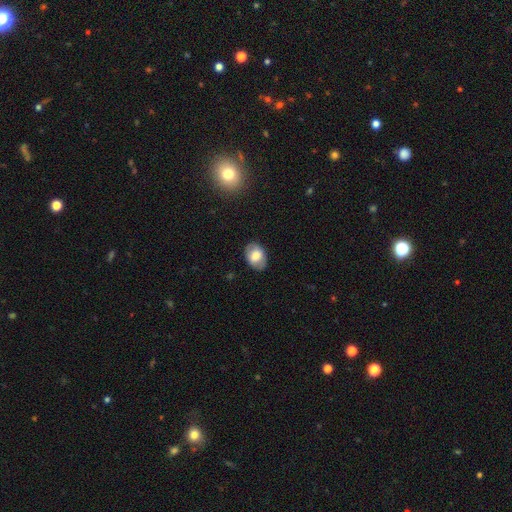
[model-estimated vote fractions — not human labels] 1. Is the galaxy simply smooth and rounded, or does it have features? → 70% smooth, 23% featured or disk, 7% star or artifact.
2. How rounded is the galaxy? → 85% in between, 14% round, 1% cigar-shaped.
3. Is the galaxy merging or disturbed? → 81% none, 14% minor disturbance, 4% major disturbance, 1% merger.